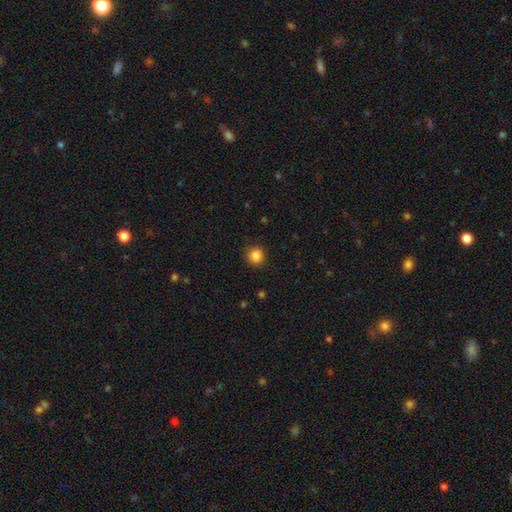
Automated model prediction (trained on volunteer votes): A smooth galaxy with no disk features (86%) that is round (93%). Merging: none (91%).